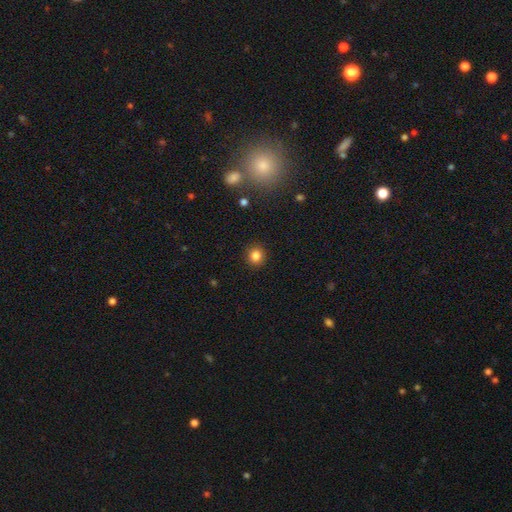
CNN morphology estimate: Smooth or featured? smooth (83%)
How rounded? round (91%)
Merging? none (92%)